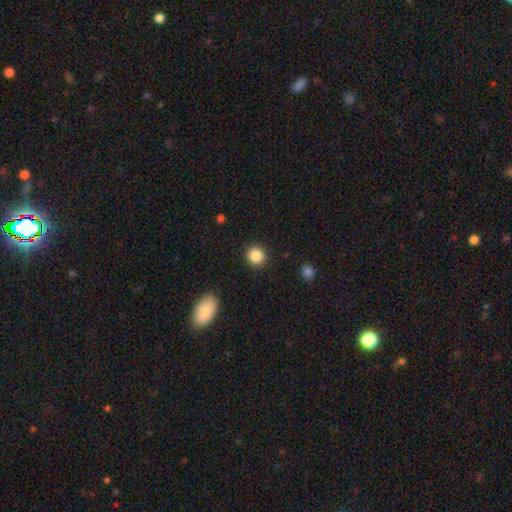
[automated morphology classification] Overall: smooth (86%). How rounded: round (90%). Merging: none (91%).